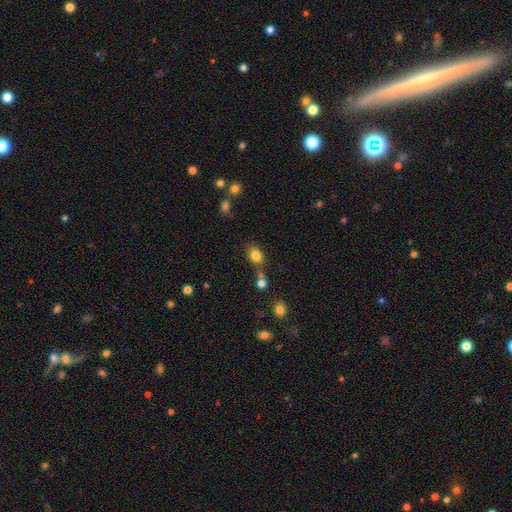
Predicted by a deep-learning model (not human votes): Morphology: type=smooth (82%); roundness=in between (58%); merging=none (68%).